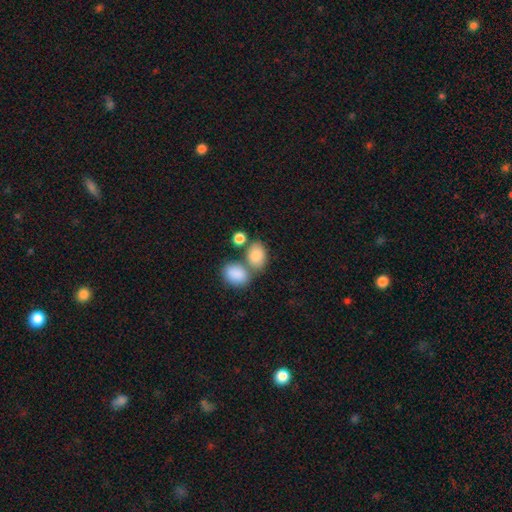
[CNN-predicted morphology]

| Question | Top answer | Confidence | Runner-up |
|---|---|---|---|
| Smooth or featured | smooth | 84% | featured or disk (8%) |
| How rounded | in between | 78% | round (20%) |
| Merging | none | 46% | merger (38%) |